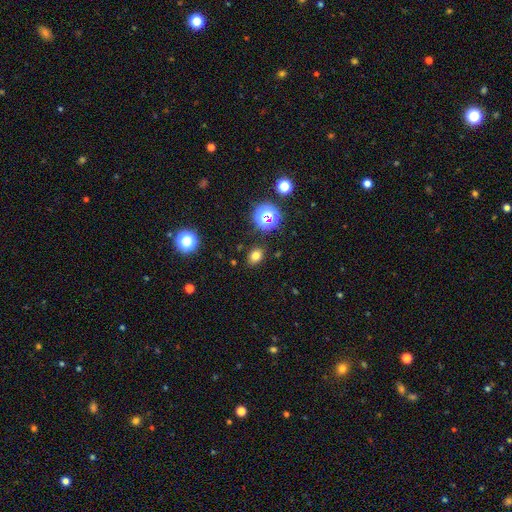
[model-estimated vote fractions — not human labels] The model was most divided on "how rounded": in between: 61%, round: 38%, cigar-shaped: 1%. More confident: merging — none (86%); smooth or featured — smooth (75%).